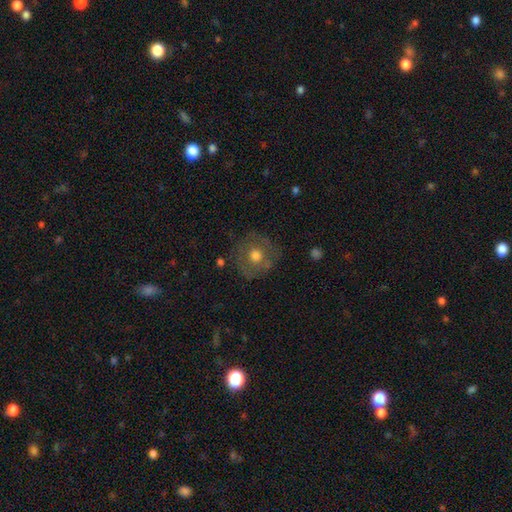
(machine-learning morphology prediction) This is possibly a smooth galaxy (57%). How rounded: clearly round (92%). Merging: likely none (80%).